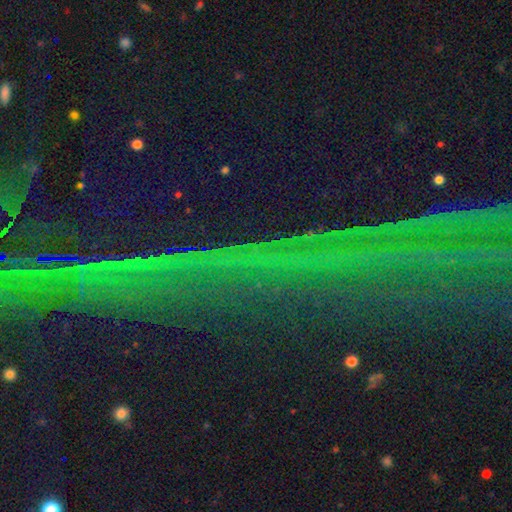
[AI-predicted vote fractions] Smooth or featured? Predicted: star or artifact (p=0.85).